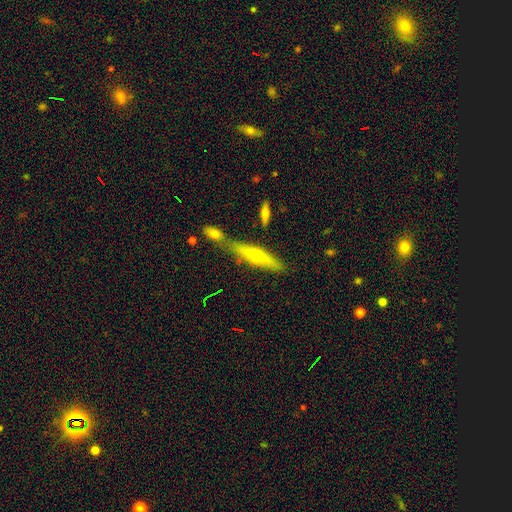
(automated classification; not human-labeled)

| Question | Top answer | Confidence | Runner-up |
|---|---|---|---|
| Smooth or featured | featured or disk | 48% | smooth (45%) |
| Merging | none | 58% | merger (24%) |